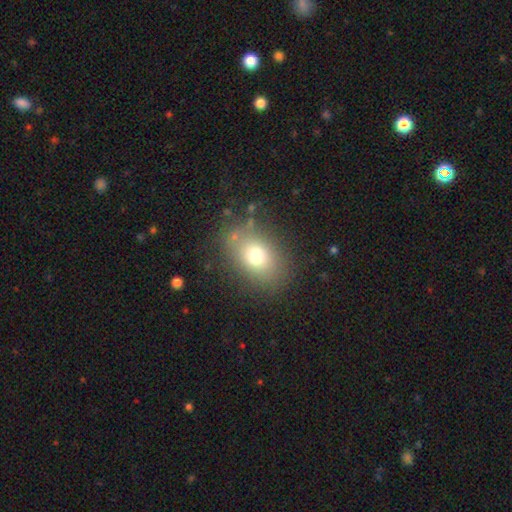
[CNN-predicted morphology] Smooth or featured: smooth — 74% (featured or disk — 13%)
How rounded: in between — 72% (round — 27%)
Merging: none — 79% (minor disturbance — 13%)